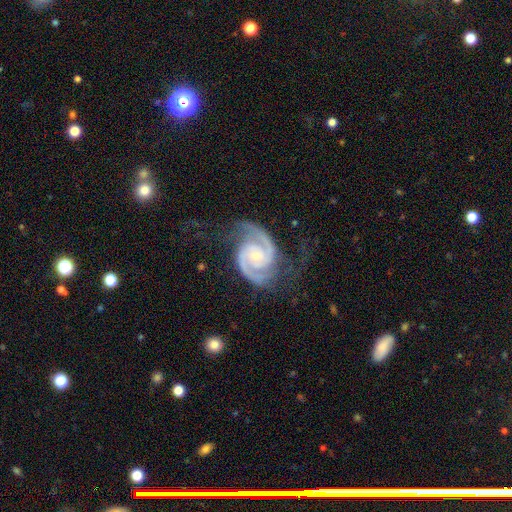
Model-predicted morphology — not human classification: A featured or disk galaxy (94%) with no bar (60%), 2 (91%) medium (48%) spiral arms (99%) and a small central bulge (64%).

Vote fractions:
- Smooth or featured? featured or disk: 94% / star or artifact: 4% / smooth: 3%
- Edge-on disk? no: 98% / yes: 2%
- Bar? no: 60% / weak: 30% / strong: 10%
- Spiral arms? yes: 99% / no: 1%
- Spiral winding? medium: 48% / tight: 44% / loose: 8%
- Spiral arm count? 2: 91% / 3: 3% / can't tell: 2% / 1: 1% / 4: 1% / more than 4: 1%
- Bulge size? small: 64% / moderate: 30% / none: 3% / large: 2% / dominant: 1%
- Merging? none: 66% / minor disturbance: 20% / major disturbance: 12% / merger: 2%